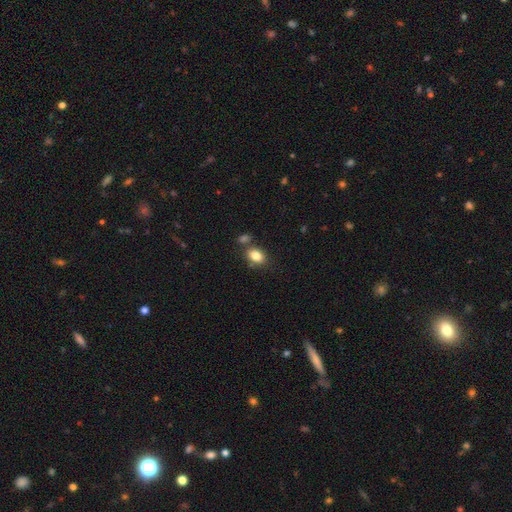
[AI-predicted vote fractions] smooth 83%, star or artifact 9%, featured or disk 7%. Down the decision tree: how rounded — in between (71%); merging — none (68%).